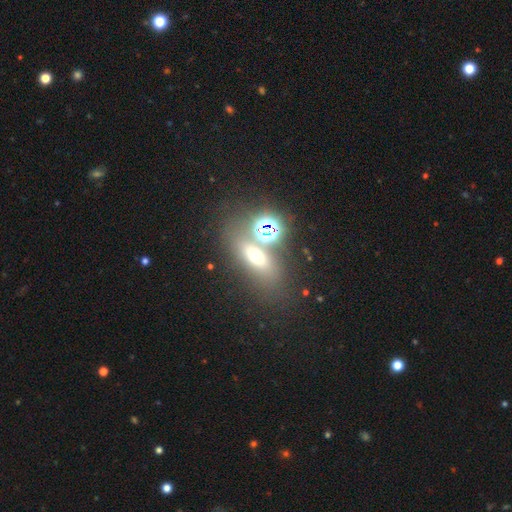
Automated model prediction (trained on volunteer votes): The model was most divided on "smooth or featured": smooth: 50%, star or artifact: 29%, featured or disk: 21%. More confident: how rounded — in between (59%); merging — none (58%).